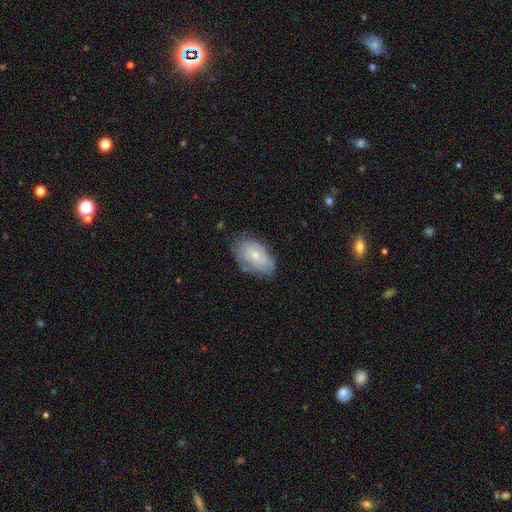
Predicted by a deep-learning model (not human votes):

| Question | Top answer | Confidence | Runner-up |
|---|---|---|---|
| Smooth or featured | featured or disk | 59% | smooth (34%) |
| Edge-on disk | no | 95% | yes (5%) |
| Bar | no | 77% | weak (20%) |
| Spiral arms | yes | 70% | no (30%) |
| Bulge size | small | 61% | moderate (34%) |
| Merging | none | 63% | minor disturbance (26%) |